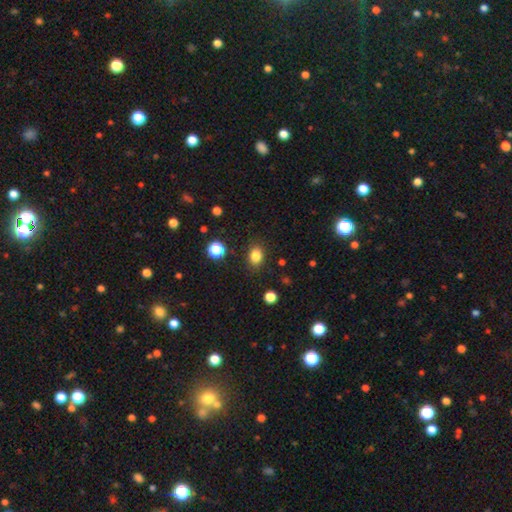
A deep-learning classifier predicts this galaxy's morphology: Q: Smooth or featured?
A: smooth (83%); runner-up: star or artifact (12%)
Q: How rounded?
A: in between (58%); runner-up: round (41%)
Q: Merging?
A: none (86%); runner-up: minor disturbance (9%)